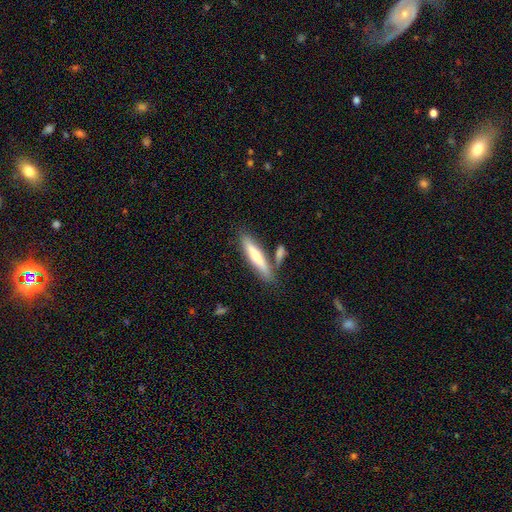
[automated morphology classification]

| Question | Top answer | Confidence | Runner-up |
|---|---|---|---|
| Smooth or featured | smooth | 56% | featured or disk (38%) |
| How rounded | cigar-shaped | 83% | in between (16%) |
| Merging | none | 76% | minor disturbance (12%) |